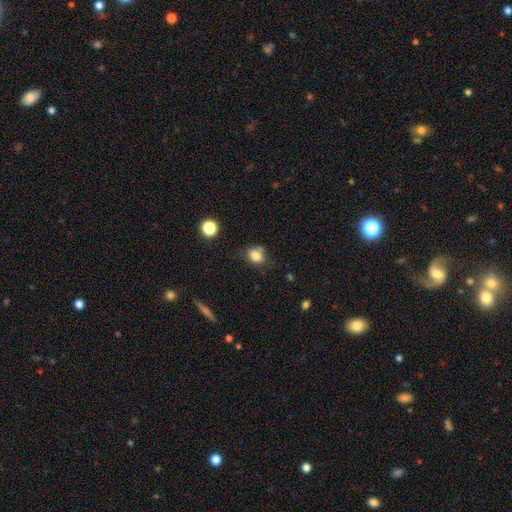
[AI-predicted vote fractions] smooth_or_featured: smooth (p=0.81) [alt: star or artifact p=0.11]
how_rounded: in between (p=0.58) [alt: round p=0.40]
merging: none (p=0.62) [alt: minor disturbance p=0.21]